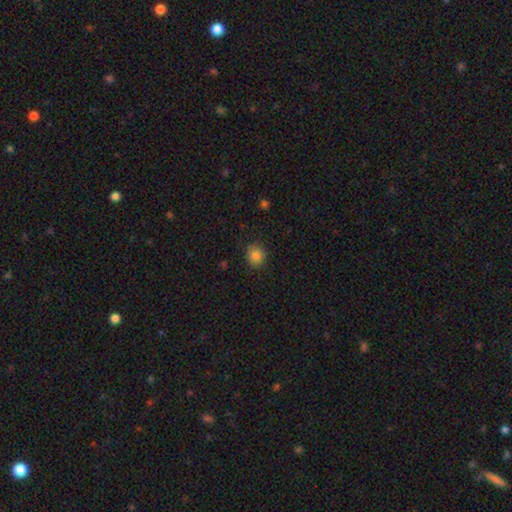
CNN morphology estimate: Overall: smooth (83%). How rounded: round (82%). Merging: none (87%).